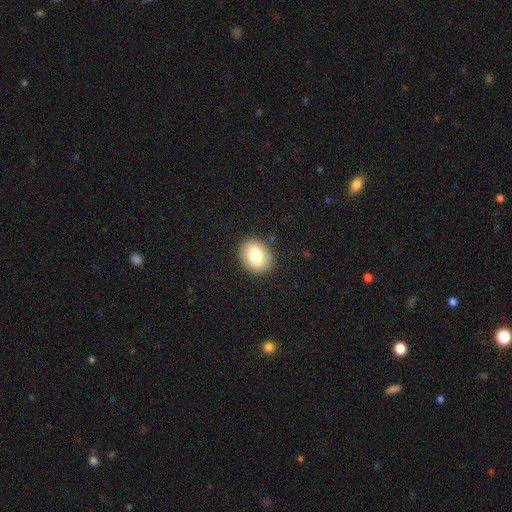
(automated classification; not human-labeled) The model was most divided on "how rounded": in between: 52%, round: 47%, cigar-shaped: 1%. More confident: merging — none (88%); smooth or featured — smooth (78%).